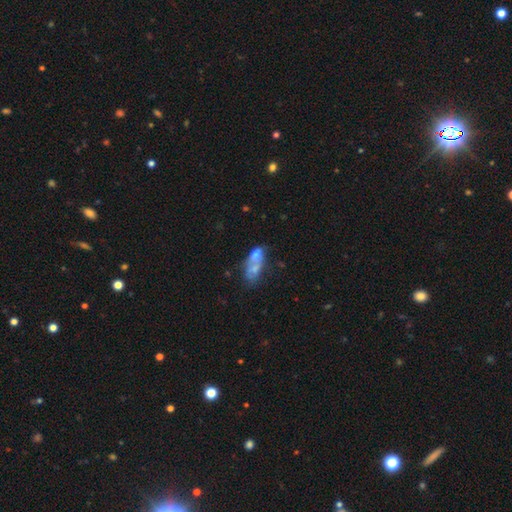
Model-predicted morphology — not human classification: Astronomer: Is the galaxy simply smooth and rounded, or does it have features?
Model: smooth — 50% (runner-up: featured or disk, 39%).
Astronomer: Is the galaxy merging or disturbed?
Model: merger — 54%.